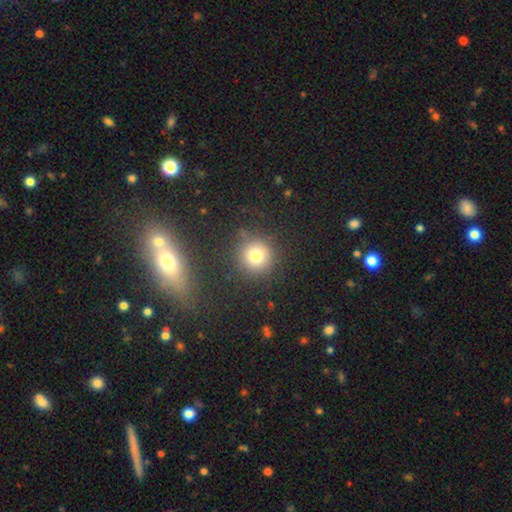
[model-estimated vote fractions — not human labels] This appears to be a smooth galaxy with no disk features (77%) that is round (93%). Merging: none (85%).